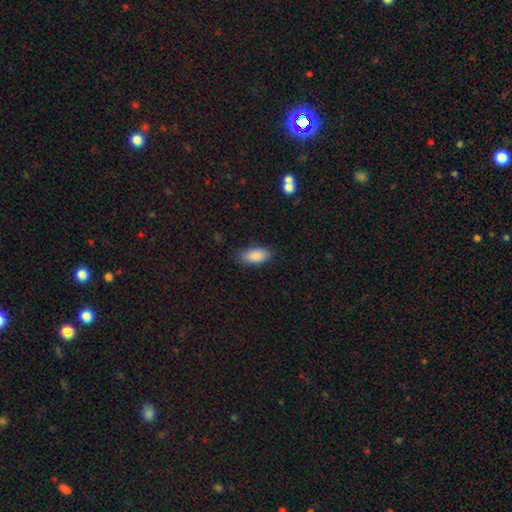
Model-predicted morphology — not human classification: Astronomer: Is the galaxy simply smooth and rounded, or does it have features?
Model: smooth — 89%.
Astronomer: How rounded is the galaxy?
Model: in between — 91%.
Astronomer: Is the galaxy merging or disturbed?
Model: none — 83%.